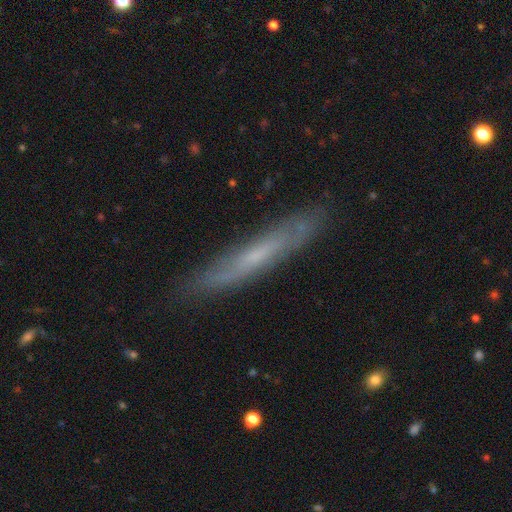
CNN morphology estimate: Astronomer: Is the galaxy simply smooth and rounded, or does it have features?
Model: featured or disk — 54% (runner-up: smooth, 39%).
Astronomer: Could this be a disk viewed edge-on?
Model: yes — 74%.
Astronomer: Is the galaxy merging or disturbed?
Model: none — 82%.